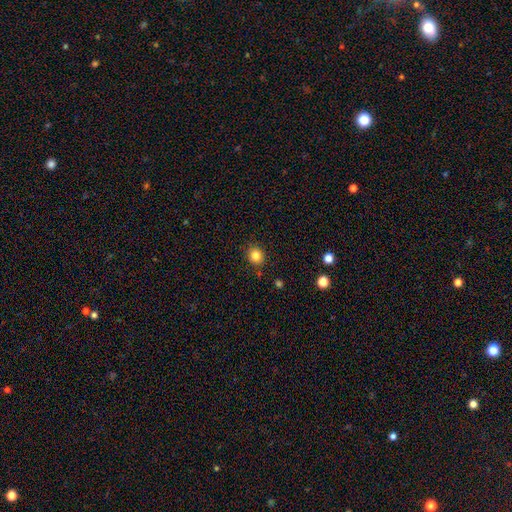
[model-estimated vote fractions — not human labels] A smooth galaxy with no disk features (84%) that is round (80%).

Vote fractions:
- Smooth or featured? smooth: 84% / star or artifact: 11% / featured or disk: 5%
- How rounded? round: 80% / in between: 19% / cigar-shaped: 1%
- Merging? none: 87% / minor disturbance: 9% / major disturbance: 2% / merger: 2%